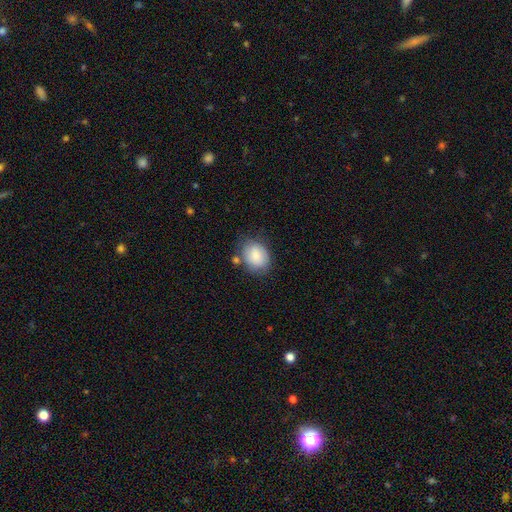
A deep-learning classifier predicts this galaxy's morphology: This is clearly a smooth galaxy (82%). How rounded: possibly in between (60%). Merging: likely none (68%).